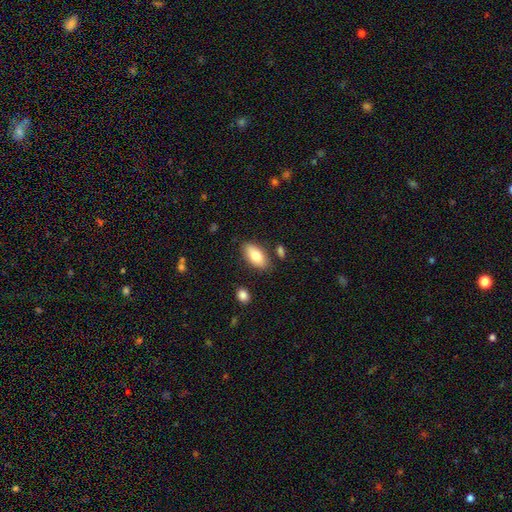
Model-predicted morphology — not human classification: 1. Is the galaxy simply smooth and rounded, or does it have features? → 80% smooth, 13% featured or disk, 7% star or artifact.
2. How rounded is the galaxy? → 91% in between, 6% cigar-shaped, 3% round.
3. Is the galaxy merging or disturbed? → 82% none, 12% minor disturbance, 4% merger, 3% major disturbance.